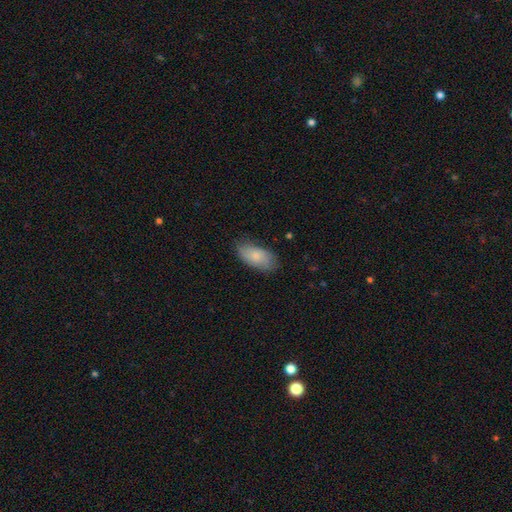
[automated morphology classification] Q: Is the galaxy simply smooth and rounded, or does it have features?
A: smooth — 74%.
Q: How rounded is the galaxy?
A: in between — 92%.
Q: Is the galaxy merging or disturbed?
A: none — 76%.